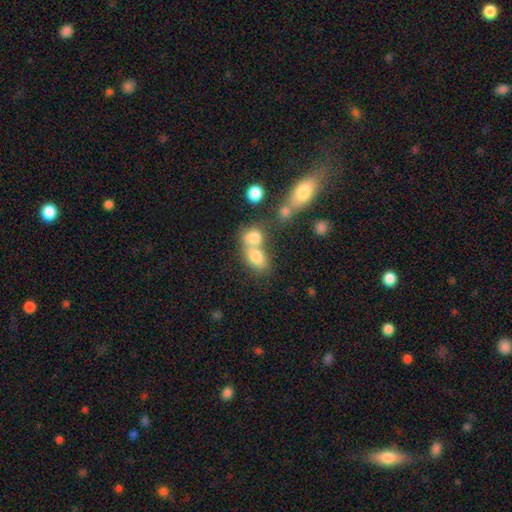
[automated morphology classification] smooth_or_featured: smooth (p=0.75) [alt: featured or disk p=0.13]
how_rounded: in between (p=0.73) [alt: round p=0.24]
merging: merger (p=0.59) [alt: none p=0.28]